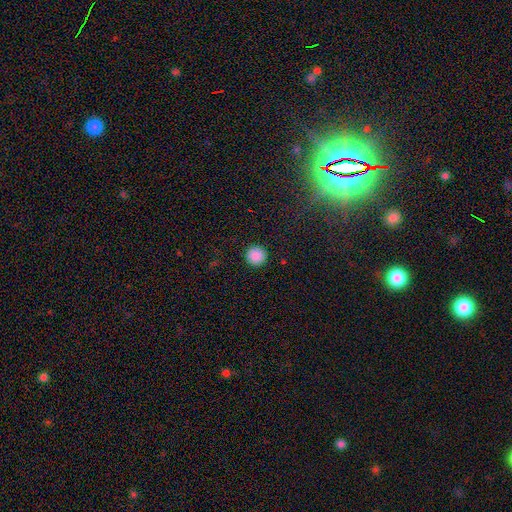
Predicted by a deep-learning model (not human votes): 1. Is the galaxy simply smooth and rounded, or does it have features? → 89% smooth, 9% star or artifact, 2% featured or disk.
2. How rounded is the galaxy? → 96% round, 3% in between, 1% cigar-shaped.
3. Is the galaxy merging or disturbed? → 93% none, 4% minor disturbance, 2% major disturbance, 1% merger.